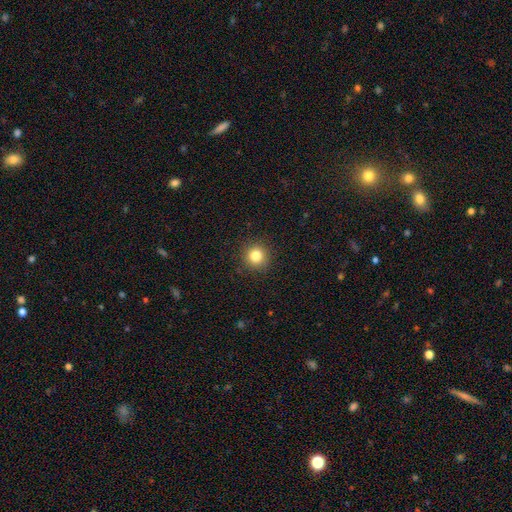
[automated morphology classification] type=smooth (83%); roundness=round (94%); merging=none (92%).